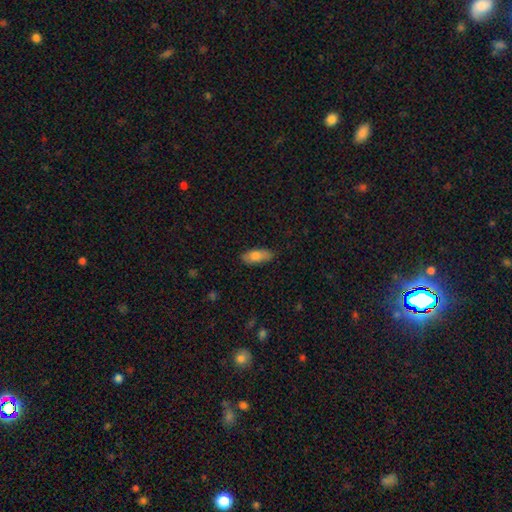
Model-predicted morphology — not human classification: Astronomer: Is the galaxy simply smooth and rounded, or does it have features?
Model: smooth — 78%.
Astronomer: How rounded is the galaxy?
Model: in between — 83%.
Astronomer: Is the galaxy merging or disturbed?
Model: none — 82%.